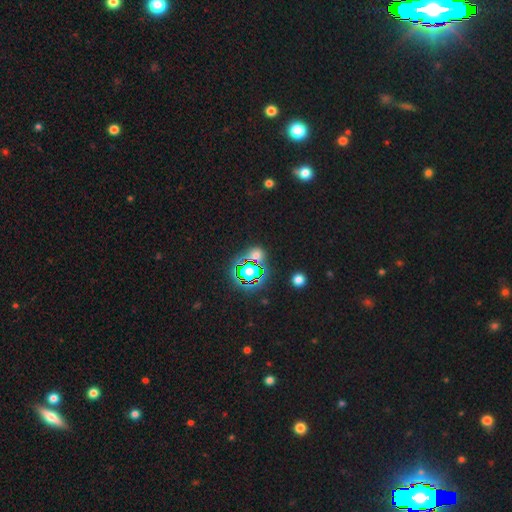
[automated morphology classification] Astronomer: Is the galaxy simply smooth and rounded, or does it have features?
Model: star or artifact — 54% (runner-up: smooth, 37%).